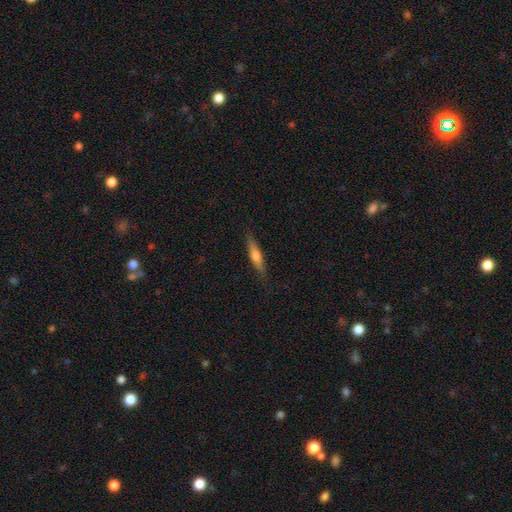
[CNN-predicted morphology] The model was most divided on "smooth or featured": smooth: 53%, featured or disk: 41%, star or artifact: 6%. More confident: merging — none (87%); how rounded — cigar-shaped (82%).